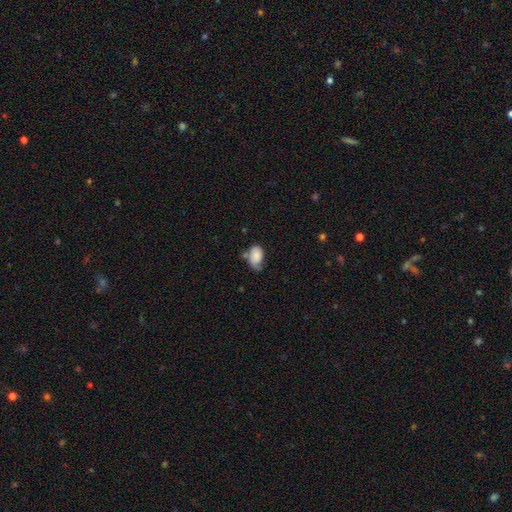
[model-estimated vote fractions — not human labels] A smooth galaxy with no disk features (75%) that is in between round and cigar-shaped (87%).

Vote fractions:
- Smooth or featured? smooth: 75% / featured or disk: 17% / star or artifact: 8%
- How rounded? in between: 87% / round: 12% / cigar-shaped: 1%
- Merging? minor disturbance: 37% / none: 36% / major disturbance: 18% / merger: 9%